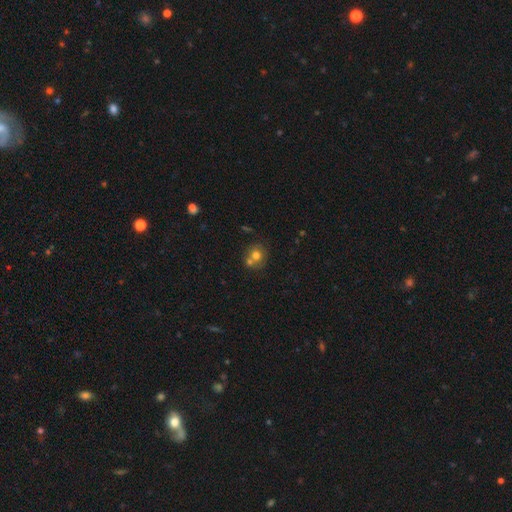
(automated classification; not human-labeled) This is likely a smooth galaxy (69%). How rounded: likely round (79%). Merging: possibly none (48%).